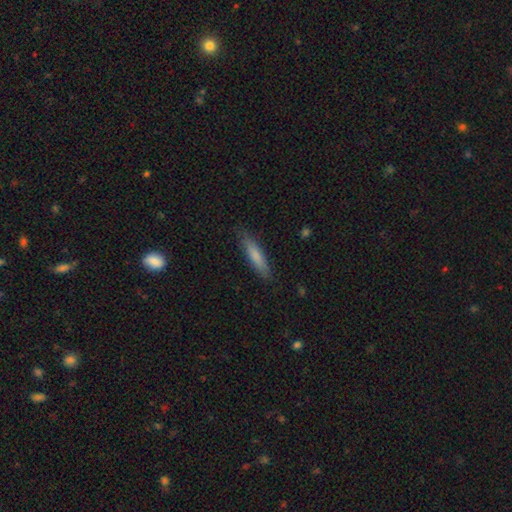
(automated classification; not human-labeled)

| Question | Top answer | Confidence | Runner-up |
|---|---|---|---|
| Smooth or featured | smooth | 75% | featured or disk (19%) |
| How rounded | cigar-shaped | 83% | in between (16%) |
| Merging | none | 85% | minor disturbance (12%) |